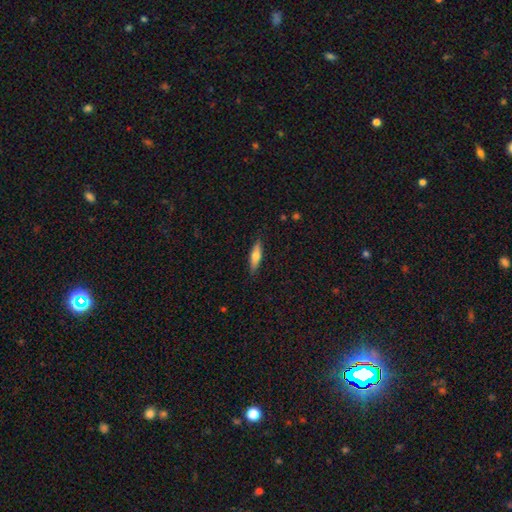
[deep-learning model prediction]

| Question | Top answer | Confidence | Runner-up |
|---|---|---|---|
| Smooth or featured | smooth | 65% | featured or disk (29%) |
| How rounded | cigar-shaped | 67% | in between (31%) |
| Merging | none | 87% | minor disturbance (10%) |